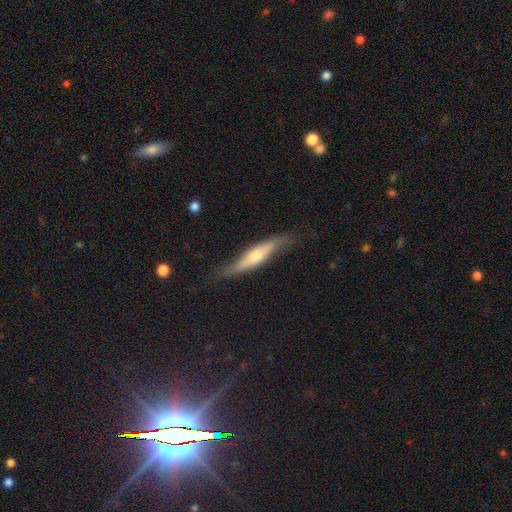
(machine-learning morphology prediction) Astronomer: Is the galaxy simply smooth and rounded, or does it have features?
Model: featured or disk — 62%.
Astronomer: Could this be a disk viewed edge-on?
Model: yes — 73%.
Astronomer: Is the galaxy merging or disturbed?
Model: none — 67%.